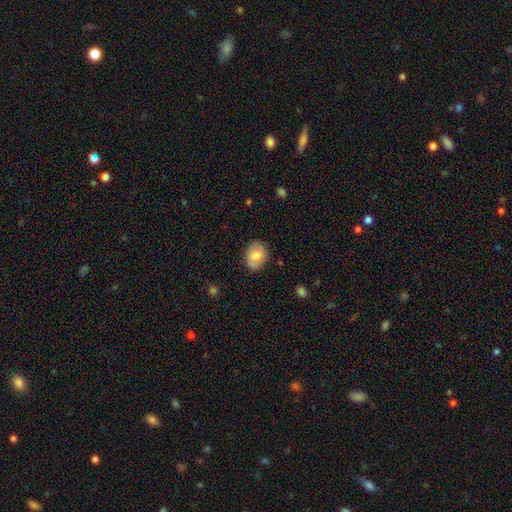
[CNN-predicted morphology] smooth-or-featured: smooth: 74% | featured or disk: 19% | star or artifact: 7%
  how-rounded: in between: 56% | round: 44% | cigar-shaped: 1%
  merging: none: 82% | minor disturbance: 14% | major disturbance: 3% | merger: 1%